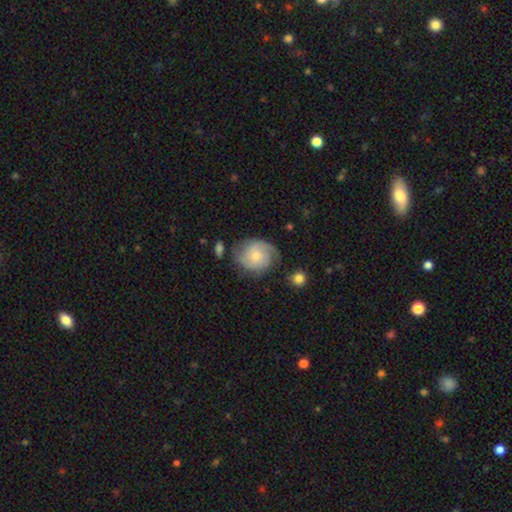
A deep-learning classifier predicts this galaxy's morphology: Smooth or featured: featured or disk — 63% (smooth — 30%)
Edge-on disk: no — 98% (yes — 2%)
Bar: no — 75% (weak — 22%)
Spiral arms: yes — 91% (no — 9%)
Spiral winding: tight — 52% (medium — 34%)
Spiral arm count: 2 — 44% (can't tell — 26%)
Bulge size: small — 59% (moderate — 34%)
Merging: none — 65% (minor disturbance — 22%)